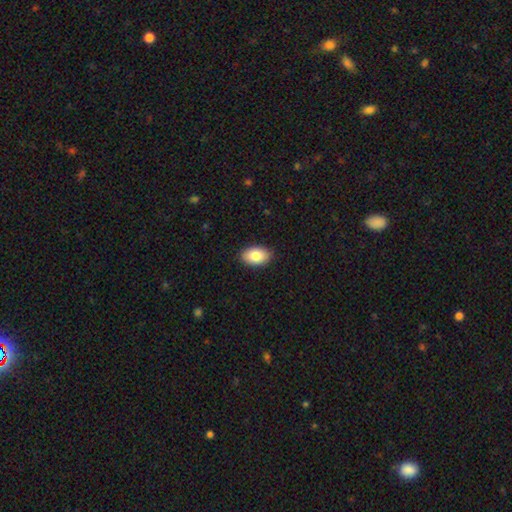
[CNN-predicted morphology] Smooth or featured?
  - smooth: 84% *
  - featured or disk: 9%
  - star or artifact: 7%
How rounded?
  - in between: 90% *
  - round: 9%
  - cigar-shaped: 1%
Merging?
  - none: 88% *
  - minor disturbance: 9%
  - major disturbance: 2%
  - merger: 1%